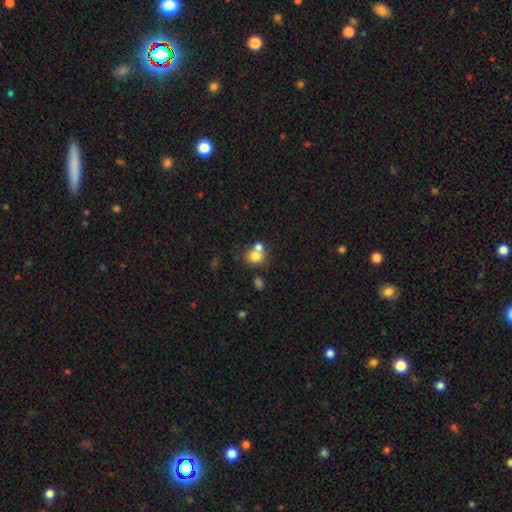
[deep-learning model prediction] Smooth or featured?
  - smooth: 74% *
  - featured or disk: 15%
  - star or artifact: 11%
How rounded?
  - round: 74% *
  - in between: 25%
  - cigar-shaped: 1%
Merging?
  - merger: 51% *
  - none: 37%
  - minor disturbance: 8%
  - major disturbance: 4%